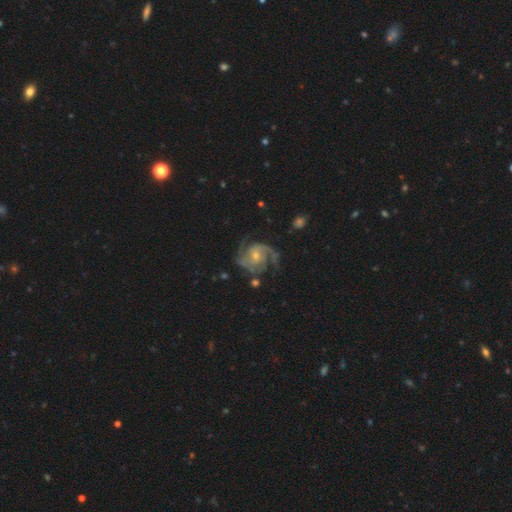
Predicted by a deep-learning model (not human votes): Smooth or featured: featured or disk — 89% (smooth — 6%)
Edge-on disk: no — 98% (yes — 2%)
Bar: no — 62% (weak — 31%)
Spiral arms: yes — 97% (no — 3%)
Spiral winding: medium — 52% (tight — 29%)
Spiral arm count: 2 — 53% (3 — 24%)
Bulge size: small — 56% (moderate — 39%)
Merging: none — 65% (minor disturbance — 19%)